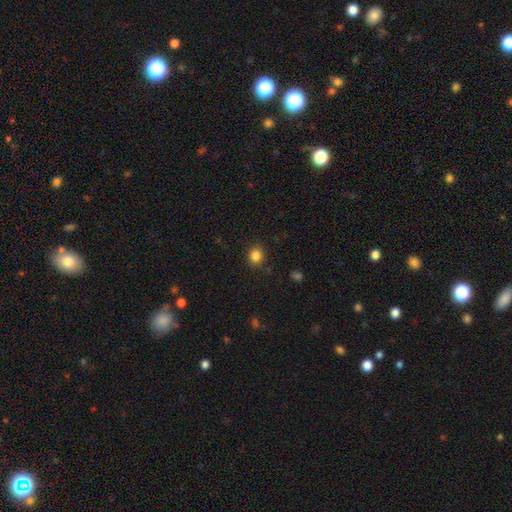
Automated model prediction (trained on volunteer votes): smooth-or-featured: smooth: 84% | star or artifact: 12% | featured or disk: 4%
  how-rounded: round: 85% | in between: 14% | cigar-shaped: 1%
  merging: none: 87% | minor disturbance: 9% | major disturbance: 3% | merger: 1%